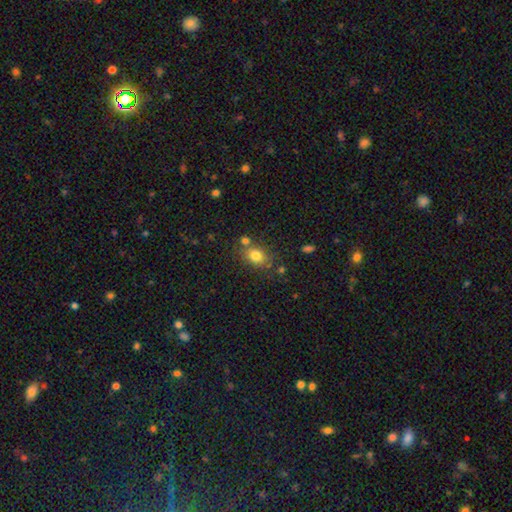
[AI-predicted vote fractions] Q: Smooth or featured?
A: smooth (78%); runner-up: star or artifact (11%)
Q: How rounded?
A: in between (62%); runner-up: round (36%)
Q: Merging?
A: none (67%); runner-up: merger (15%)